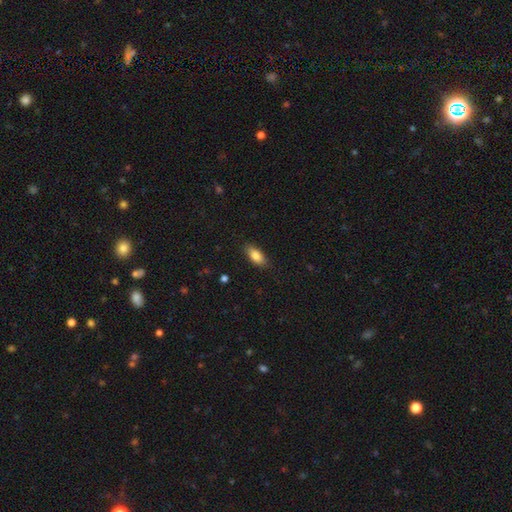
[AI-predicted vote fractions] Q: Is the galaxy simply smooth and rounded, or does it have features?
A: smooth — 85%.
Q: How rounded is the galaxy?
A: in between — 87%.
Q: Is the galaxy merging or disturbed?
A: none — 85%.